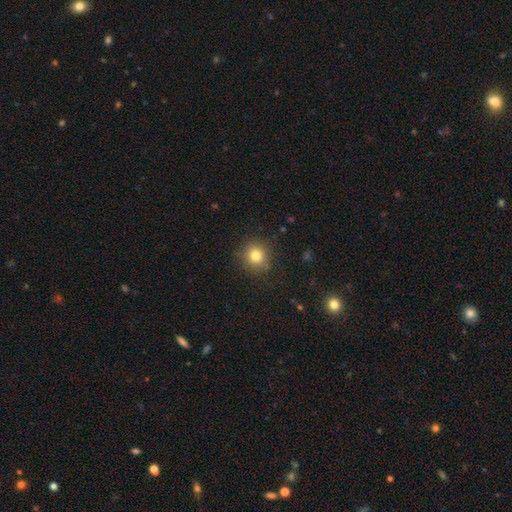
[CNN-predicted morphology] Smooth or featured?
  - smooth: 81% *
  - star or artifact: 12%
  - featured or disk: 7%
How rounded?
  - round: 88% *
  - in between: 11%
  - cigar-shaped: 1%
Merging?
  - none: 87% *
  - minor disturbance: 9%
  - major disturbance: 3%
  - merger: 1%